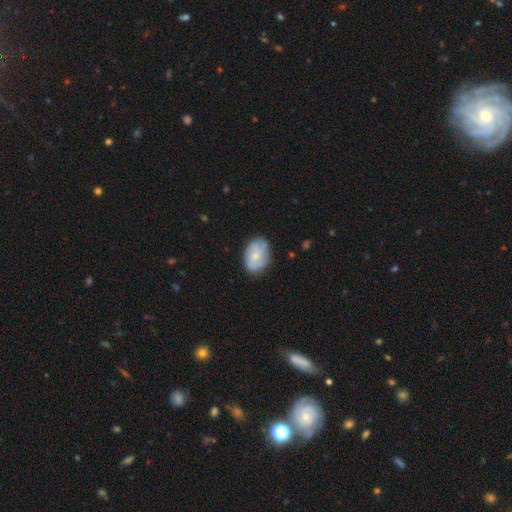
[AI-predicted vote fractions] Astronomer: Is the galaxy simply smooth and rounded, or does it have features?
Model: smooth — 50% (runner-up: featured or disk, 44%).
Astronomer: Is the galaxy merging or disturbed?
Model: none — 78%.